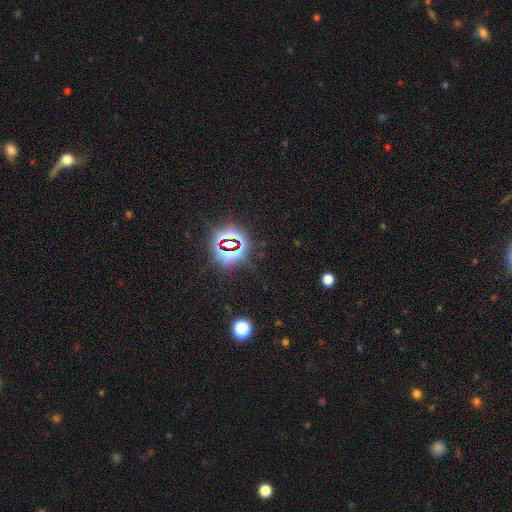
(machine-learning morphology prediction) smooth_or_featured: star or artifact (p=0.84) [alt: smooth p=0.09]